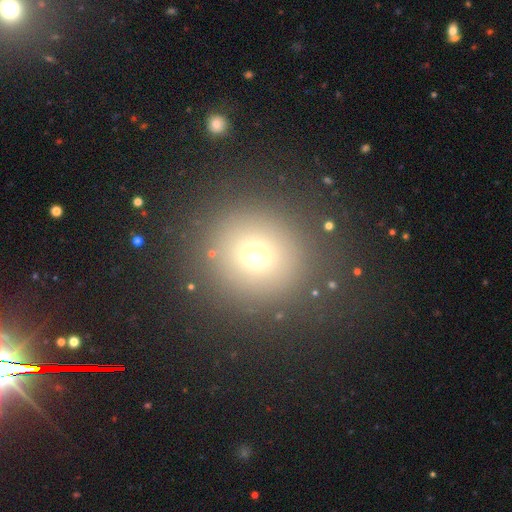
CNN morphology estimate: Smooth or featured?
  - smooth: 68% *
  - star or artifact: 22%
  - featured or disk: 10%
How rounded?
  - round: 92% *
  - in between: 7%
  - cigar-shaped: 1%
Merging?
  - none: 85% *
  - minor disturbance: 8%
  - major disturbance: 5%
  - merger: 3%